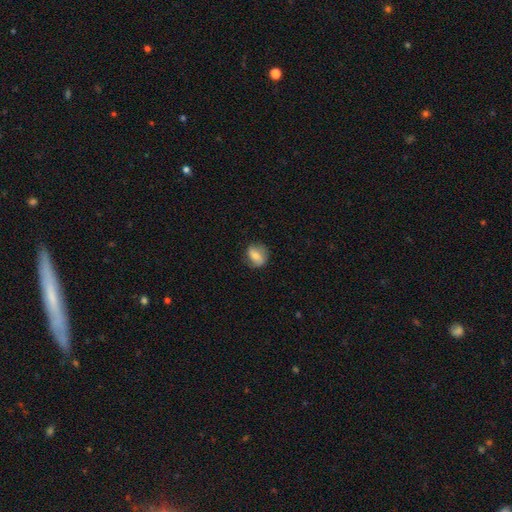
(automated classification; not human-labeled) Overall: smooth (59%; featured or disk 33%). How rounded: in between (53%; round 45%). Merging: none (73%).